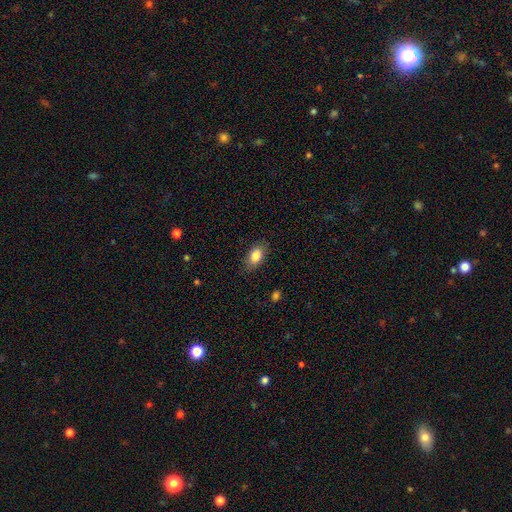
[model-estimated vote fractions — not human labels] smooth 84%, featured or disk 9%, star or artifact 7%. Down the decision tree: how rounded — in between (89%); merging — none (81%).